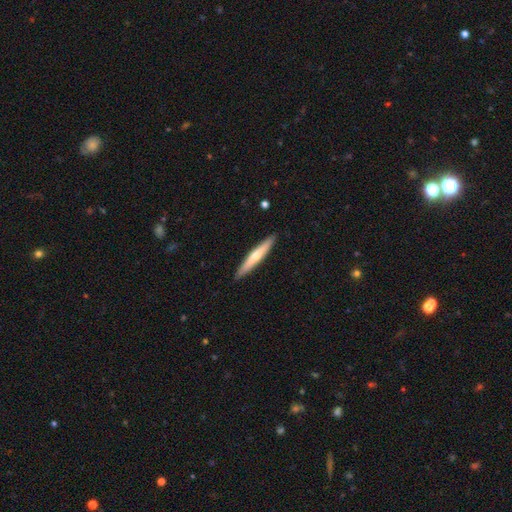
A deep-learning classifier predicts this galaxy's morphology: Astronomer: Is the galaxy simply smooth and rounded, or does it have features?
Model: smooth — 51% (runner-up: featured or disk, 44%).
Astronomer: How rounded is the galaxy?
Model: cigar-shaped — 94%.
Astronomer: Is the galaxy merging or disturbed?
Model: none — 91%.